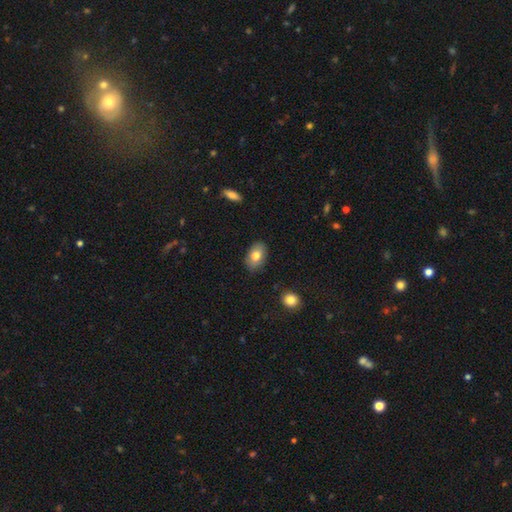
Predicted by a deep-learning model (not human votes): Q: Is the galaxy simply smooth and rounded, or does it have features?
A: smooth — 78%.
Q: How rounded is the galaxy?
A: in between — 88%.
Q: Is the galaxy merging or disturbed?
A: none — 86%.